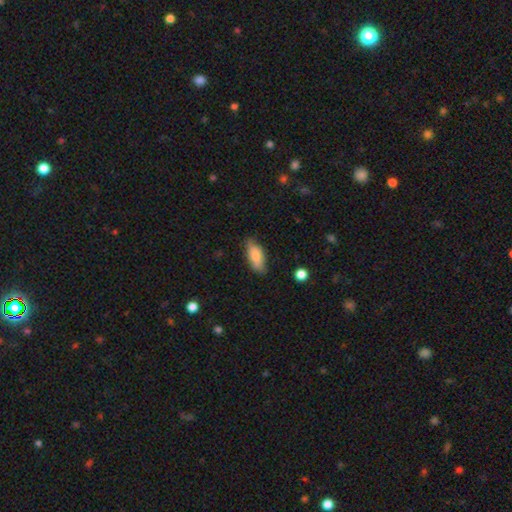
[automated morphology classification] smooth-or-featured: smooth: 79% | featured or disk: 14% | star or artifact: 7%
  how-rounded: in between: 80% | cigar-shaped: 17% | round: 2%
  merging: none: 74% | minor disturbance: 21% | major disturbance: 4% | merger: 2%